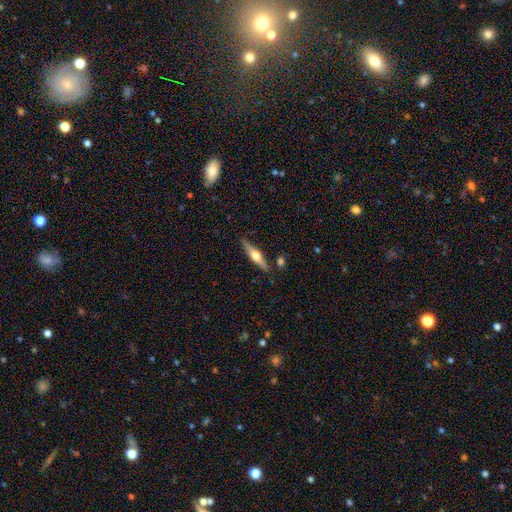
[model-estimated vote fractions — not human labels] A featured or disk galaxy (63%) viewed edge-on (96%) with a rounded central bulge (94%). Merging: none (85%).